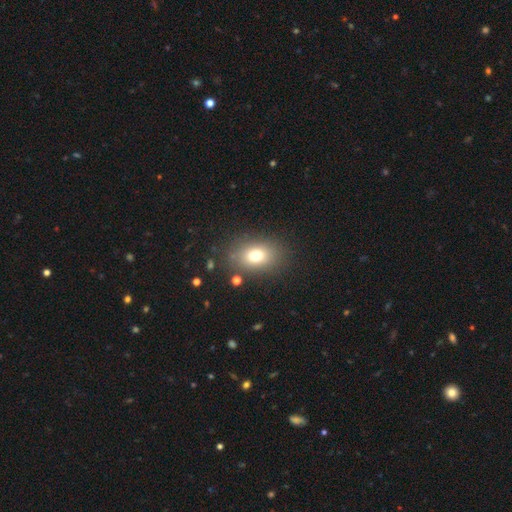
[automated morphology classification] type=smooth (75%); roundness=in between (73%); merging=none (83%).